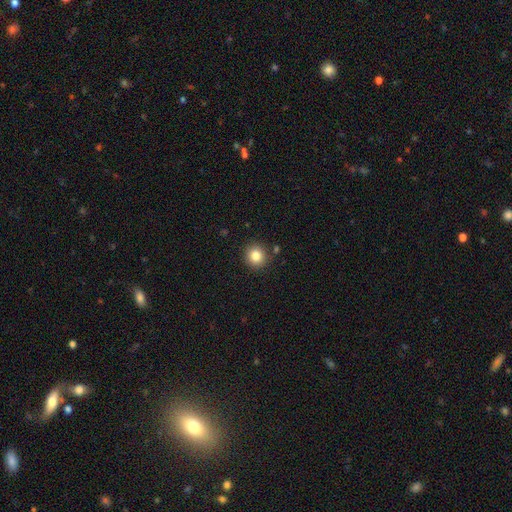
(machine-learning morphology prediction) smooth-or-featured: smooth: 83% | star or artifact: 11% | featured or disk: 6%
  how-rounded: round: 90% | in between: 10% | cigar-shaped: 1%
  merging: none: 88% | minor disturbance: 7% | merger: 3% | major disturbance: 2%